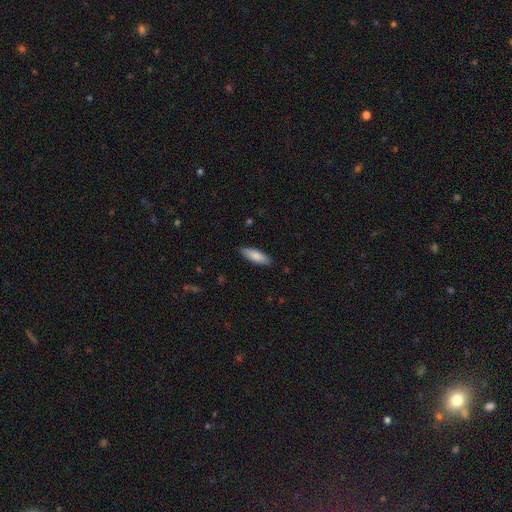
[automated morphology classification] Overall: smooth (83%). How rounded: in between (51%; cigar-shaped 48%). Merging: none (87%).